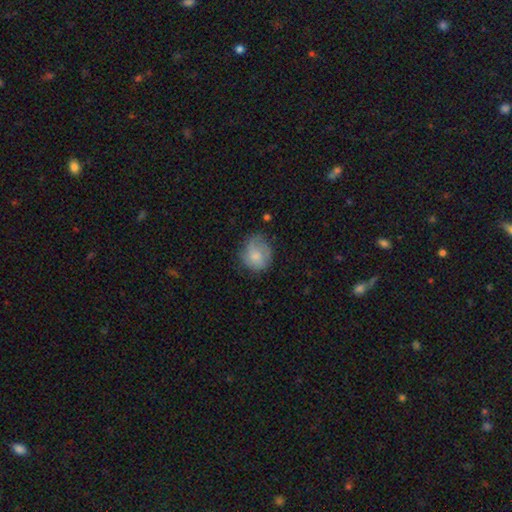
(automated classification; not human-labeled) This appears to be a smooth galaxy with no disk features (66%) that is round (75%). Merging: none (59%).